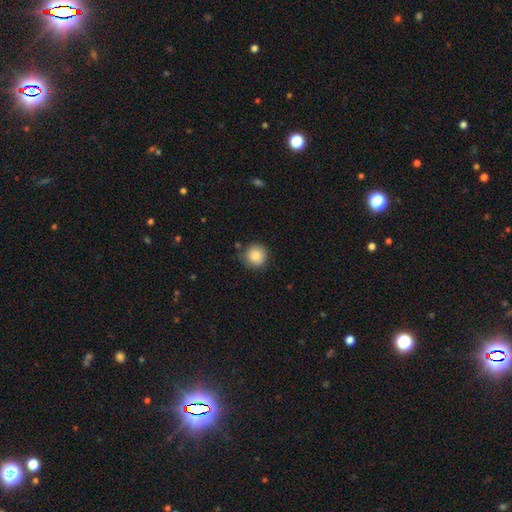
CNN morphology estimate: smooth 86%, star or artifact 9%, featured or disk 5%. Down the decision tree: how rounded — round (93%); merging — none (81%).